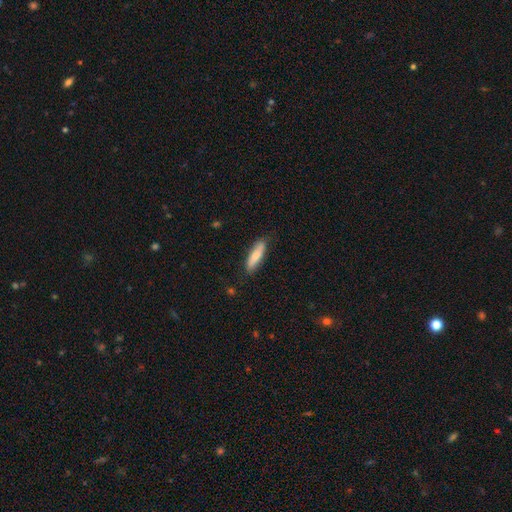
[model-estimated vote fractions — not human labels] Smooth or featured? smooth (70%)
How rounded? cigar-shaped (63%)
Merging? none (83%)